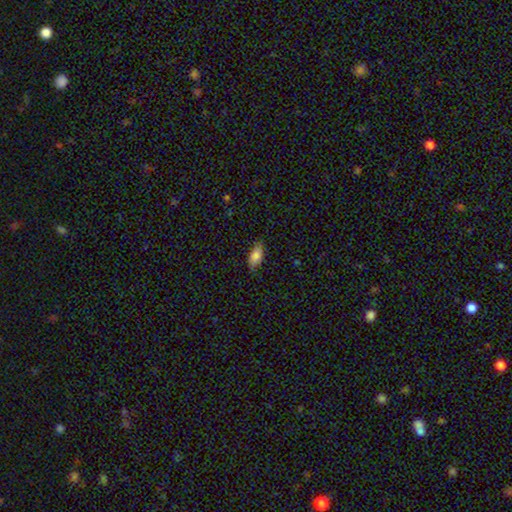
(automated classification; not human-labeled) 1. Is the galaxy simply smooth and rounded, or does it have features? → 83% smooth, 10% featured or disk, 8% star or artifact.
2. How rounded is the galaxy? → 90% in between, 7% cigar-shaped, 3% round.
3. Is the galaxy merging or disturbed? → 77% none, 19% minor disturbance, 3% major disturbance, 1% merger.